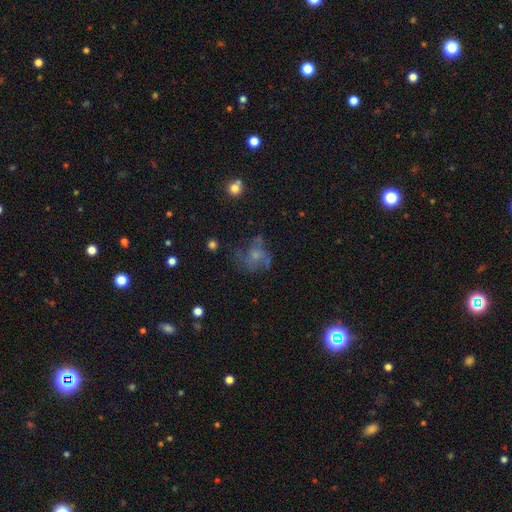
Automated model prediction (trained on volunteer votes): A featured or disk galaxy (47%). Merging: none (49%).